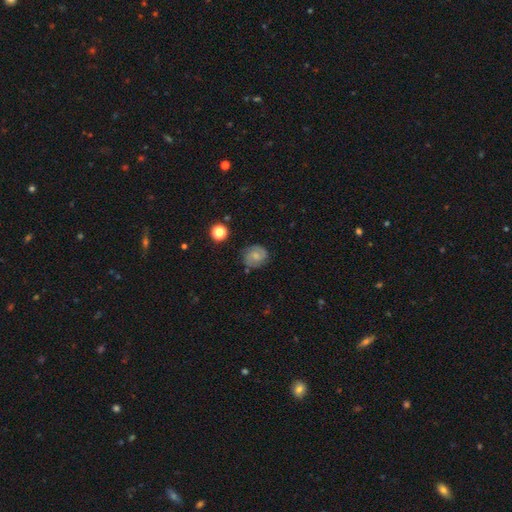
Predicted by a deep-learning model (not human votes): Smooth or featured?
  - featured or disk: 54% *
  - smooth: 36%
  - star or artifact: 10%
Edge-on disk?
  - no: 97% *
  - yes: 3%
Bar?
  - no: 61% *
  - weak: 34%
  - strong: 6%
Spiral arms?
  - yes: 88% *
  - no: 12%
Bulge size?
  - small: 50% *
  - moderate: 38%
  - none: 9%
  - large: 2%
  - dominant: 1%
Merging?
  - none: 78% *
  - minor disturbance: 16%
  - major disturbance: 4%
  - merger: 2%